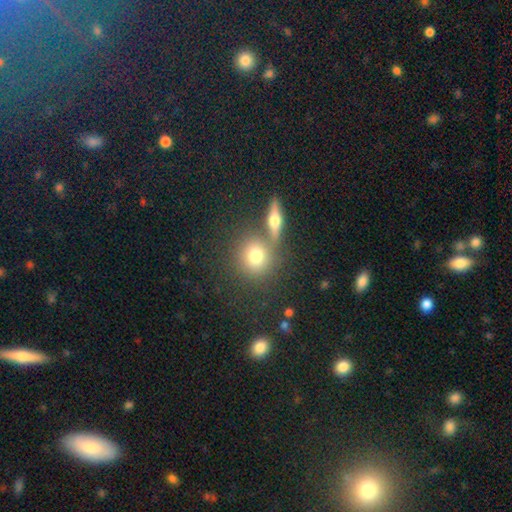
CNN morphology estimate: smooth-or-featured: smooth: 72% | featured or disk: 17% | star or artifact: 11%
  how-rounded: round: 81% | in between: 16% | cigar-shaped: 3%
  merging: none: 63% | merger: 25% | minor disturbance: 8% | major disturbance: 4%